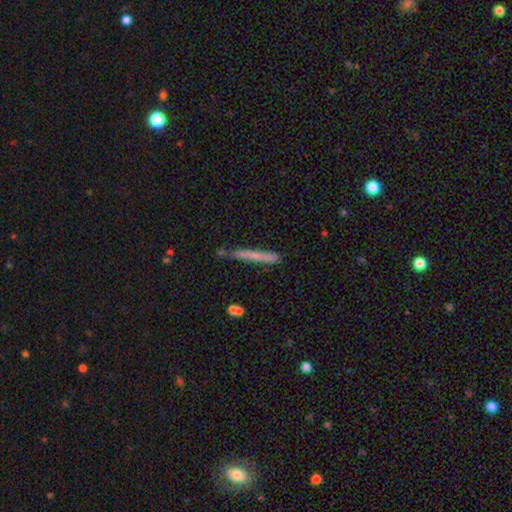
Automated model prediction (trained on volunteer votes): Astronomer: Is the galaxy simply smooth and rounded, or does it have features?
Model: smooth — 61%.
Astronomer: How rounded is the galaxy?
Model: cigar-shaped — 96%.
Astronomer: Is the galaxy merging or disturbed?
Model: none — 76%.